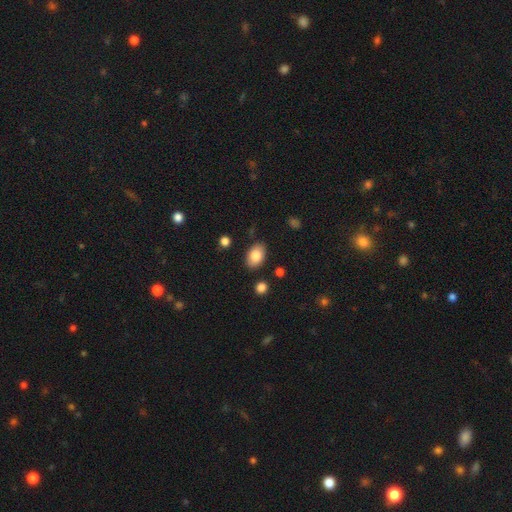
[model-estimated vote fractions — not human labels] smooth-or-featured: smooth: 82% | featured or disk: 11% | star or artifact: 7%
  how-rounded: in between: 88% | round: 11% | cigar-shaped: 1%
  merging: none: 85% | minor disturbance: 10% | major disturbance: 3% | merger: 2%